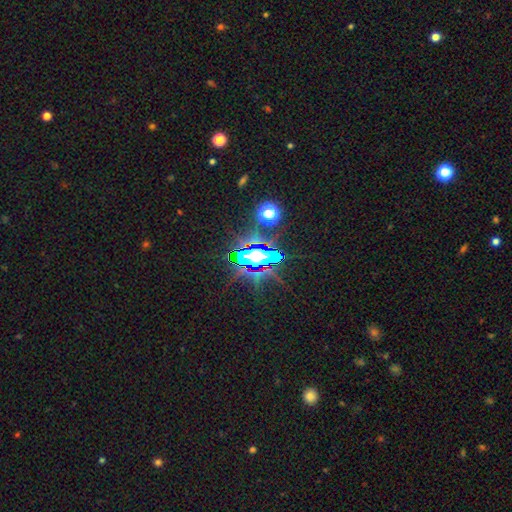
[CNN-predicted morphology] type=star or artifact (69%).